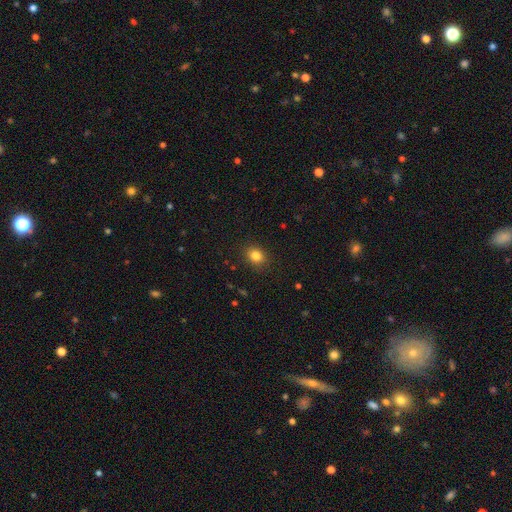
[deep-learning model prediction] Morphology: type=smooth (83%); roundness=round (54%); merging=none (88%).